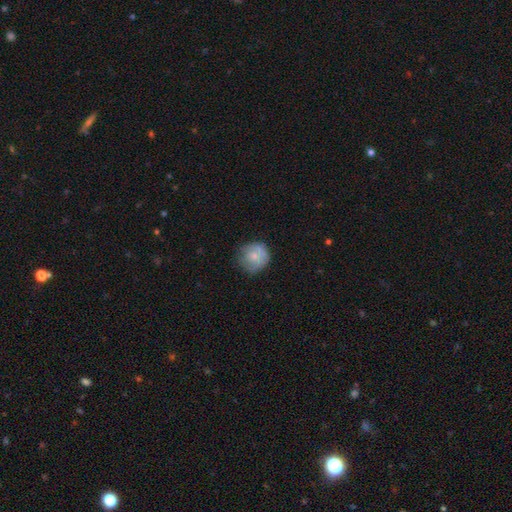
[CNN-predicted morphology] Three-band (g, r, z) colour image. It shows a smooth galaxy with no disk features (66%) that is round (89%). Merging: none (66%).